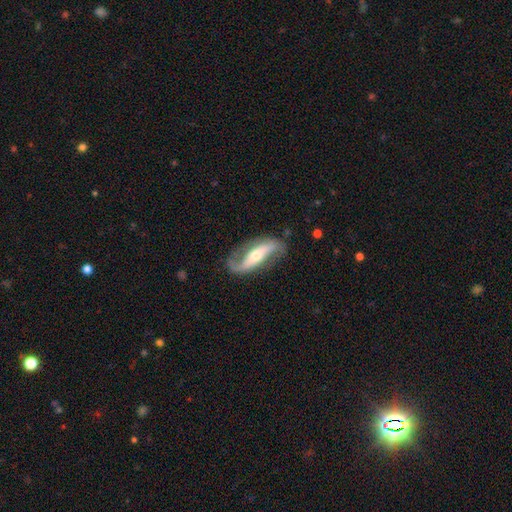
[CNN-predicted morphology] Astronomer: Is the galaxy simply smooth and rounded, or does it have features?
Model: featured or disk — 83%.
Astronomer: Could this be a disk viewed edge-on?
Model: no — 87%.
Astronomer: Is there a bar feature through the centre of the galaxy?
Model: strong — 51%.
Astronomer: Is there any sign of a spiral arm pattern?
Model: yes — 92%.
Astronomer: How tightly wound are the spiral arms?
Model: loose — 59%.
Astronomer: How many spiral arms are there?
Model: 2 — 84%.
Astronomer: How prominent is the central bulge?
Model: moderate — 56% (runner-up: small, 36%).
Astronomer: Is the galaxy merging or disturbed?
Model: none — 74%.